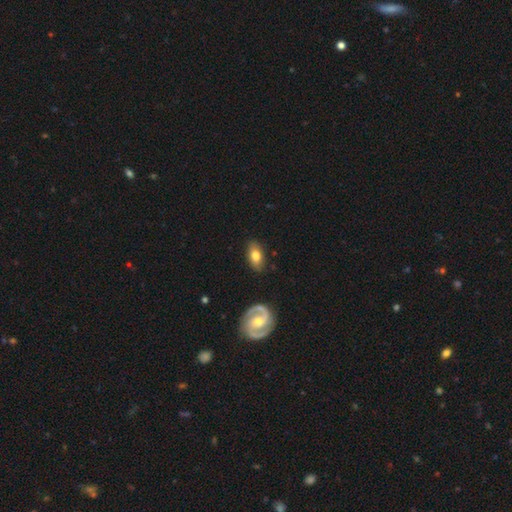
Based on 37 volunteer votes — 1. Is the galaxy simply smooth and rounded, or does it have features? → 73% smooth, 22% featured or disk, 5% star or artifact.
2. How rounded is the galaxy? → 96% in between, 4% cigar-shaped, 0% round.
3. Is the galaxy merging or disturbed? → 86% none, 11% minor disturbance, 3% merger, 0% major disturbance.